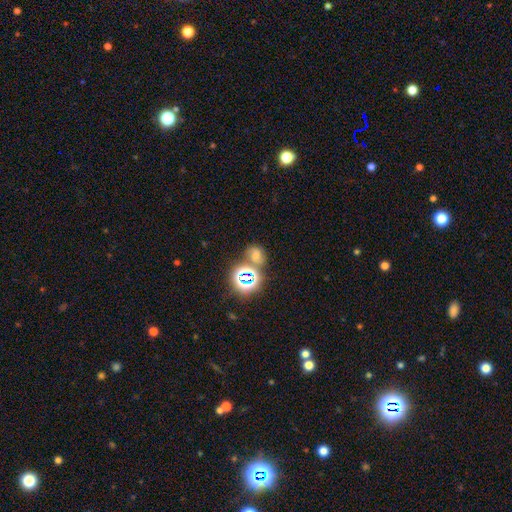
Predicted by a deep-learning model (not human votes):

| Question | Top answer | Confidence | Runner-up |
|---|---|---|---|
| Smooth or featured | smooth | 49% | star or artifact (38%) |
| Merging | none | 52% | merger (24%) |